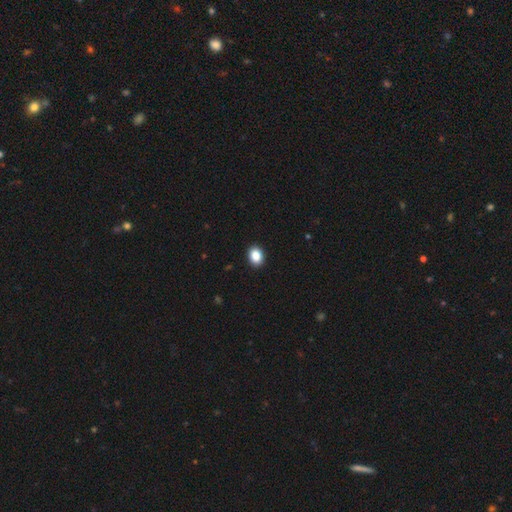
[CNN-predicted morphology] This is clearly a smooth galaxy (88%). How rounded: possibly in between (58%). Merging: clearly none (92%).